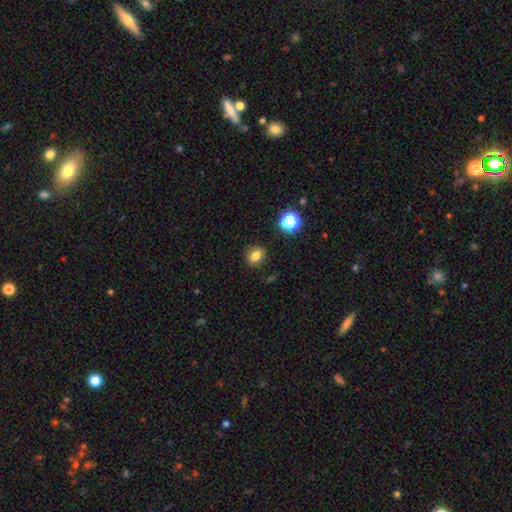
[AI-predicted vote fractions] Smooth or featured: smooth — 80% (star or artifact — 13%)
How rounded: round — 57% (in between — 42%)
Merging: none — 88% (minor disturbance — 8%)